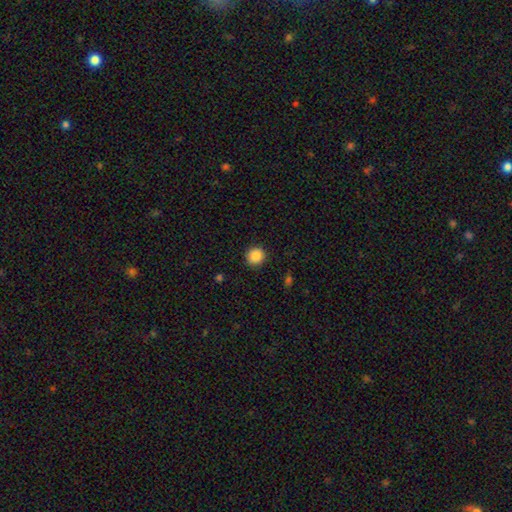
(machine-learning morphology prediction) This is clearly a smooth galaxy (88%). How rounded: clearly round (92%). Merging: clearly none (91%).